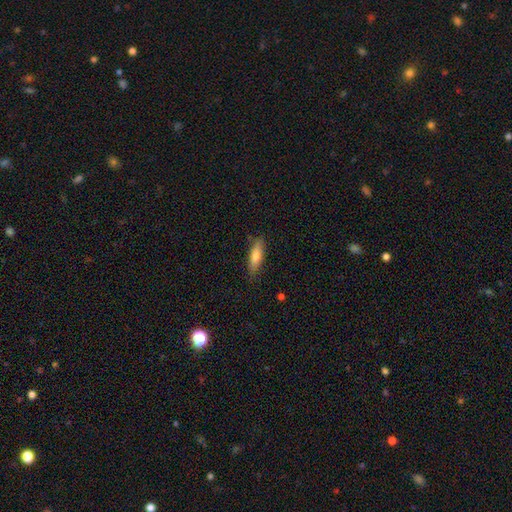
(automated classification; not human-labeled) Q: Smooth or featured?
A: smooth (73%); runner-up: featured or disk (21%)
Q: How rounded?
A: cigar-shaped (61%); runner-up: in between (37%)
Q: Merging?
A: none (84%); runner-up: minor disturbance (12%)